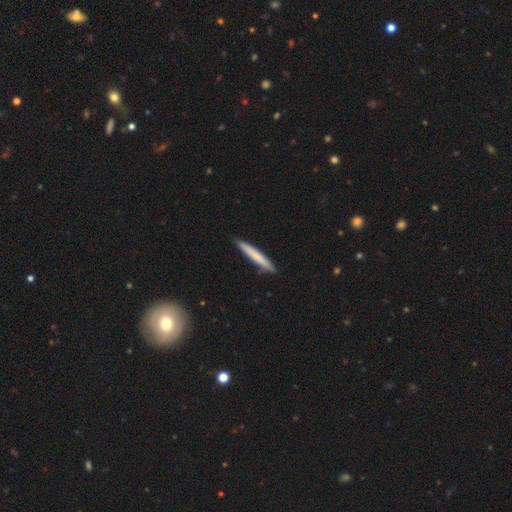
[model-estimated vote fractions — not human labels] A smooth galaxy with no disk features (71%) that is cigar-shaped (96%). Merging: none (90%).